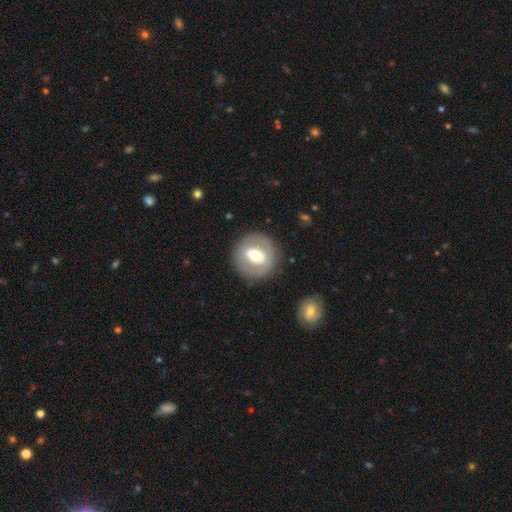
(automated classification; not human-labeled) Smooth or featured?
  - featured or disk: 53% *
  - smooth: 41%
  - star or artifact: 6%
Edge-on disk?
  - no: 94% *
  - yes: 6%
Bar?
  - weak: 35% *
  - no: 33%
  - strong: 31%
Spiral arms?
  - no: 80% *
  - yes: 20%
Bulge size?
  - moderate: 67% *
  - large: 21%
  - small: 10%
  - dominant: 2%
  - none: 1%
Merging?
  - none: 85% *
  - minor disturbance: 9%
  - major disturbance: 5%
  - merger: 2%